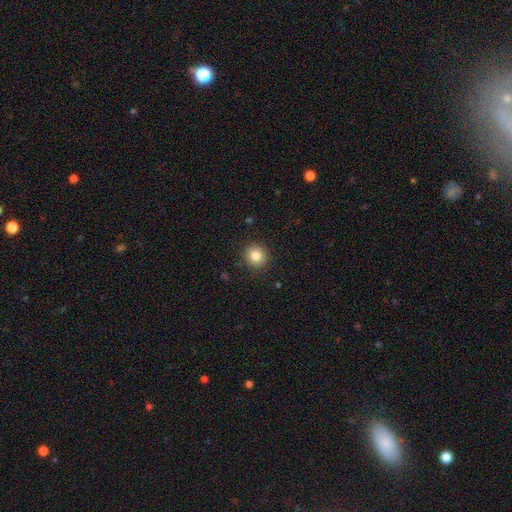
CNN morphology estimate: Smooth or featured: smooth — 84% (star or artifact — 10%)
How rounded: round — 90% (in between — 10%)
Merging: none — 90% (minor disturbance — 7%)